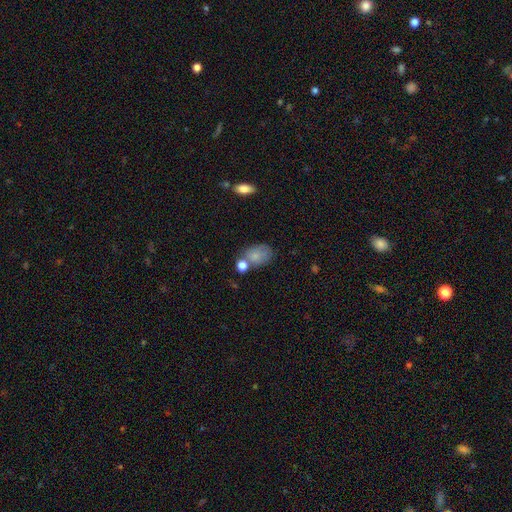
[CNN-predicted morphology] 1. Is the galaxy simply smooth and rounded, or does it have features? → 79% smooth, 12% featured or disk, 9% star or artifact.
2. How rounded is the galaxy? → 77% in between, 22% round, 1% cigar-shaped.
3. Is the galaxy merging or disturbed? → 51% none, 21% minor disturbance, 20% merger, 8% major disturbance.